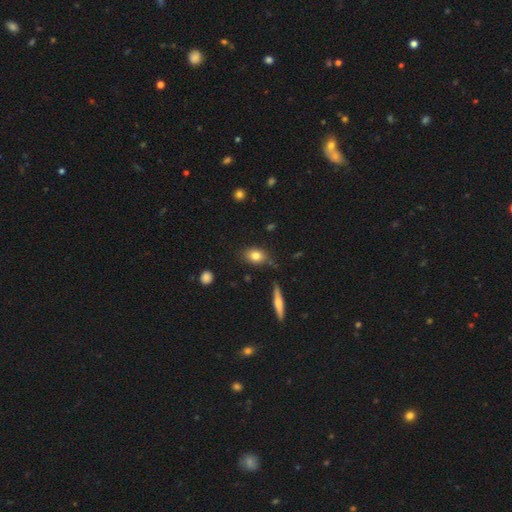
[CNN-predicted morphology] A smooth galaxy with no disk features (79%) that is in between round and cigar-shaped (69%).

Vote fractions:
- Smooth or featured? smooth: 79% / featured or disk: 12% / star or artifact: 9%
- How rounded? in between: 69% / round: 27% / cigar-shaped: 4%
- Merging? none: 79% / minor disturbance: 14% / merger: 4% / major disturbance: 3%